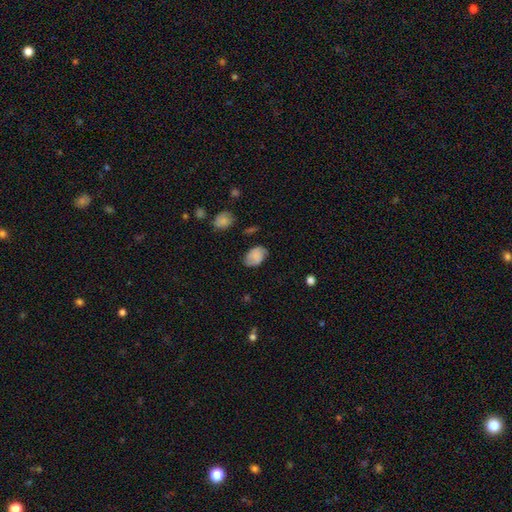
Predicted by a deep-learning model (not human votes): A smooth galaxy with no disk features (75%) that is in between round and cigar-shaped (83%). Merging: none (69%).